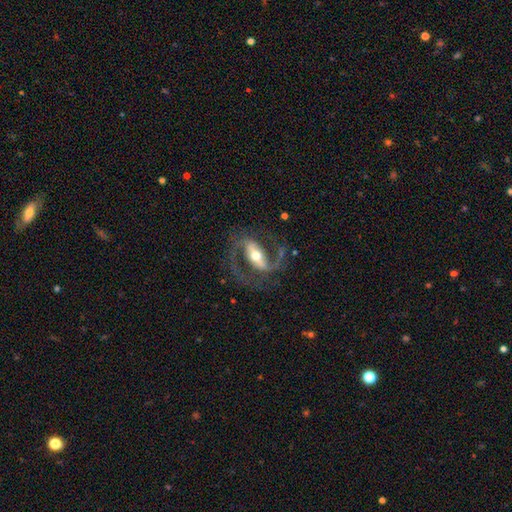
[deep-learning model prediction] Smooth or featured?
  - featured or disk: 88% *
  - smooth: 7%
  - star or artifact: 5%
Edge-on disk?
  - no: 94% *
  - yes: 6%
Bar?
  - strong: 64% *
  - weak: 24%
  - no: 12%
Spiral arms?
  - yes: 95% *
  - no: 5%
Spiral winding?
  - medium: 56% *
  - loose: 30%
  - tight: 14%
Spiral arm count?
  - 2: 91% *
  - 1: 4%
  - can't tell: 2%
  - 3: 1%
  - 4: 1%
  - more than 4: 1%
Bulge size?
  - moderate: 66% *
  - small: 21%
  - large: 11%
  - dominant: 1%
  - none: 1%
Merging?
  - none: 72% *
  - minor disturbance: 13%
  - major disturbance: 13%
  - merger: 2%